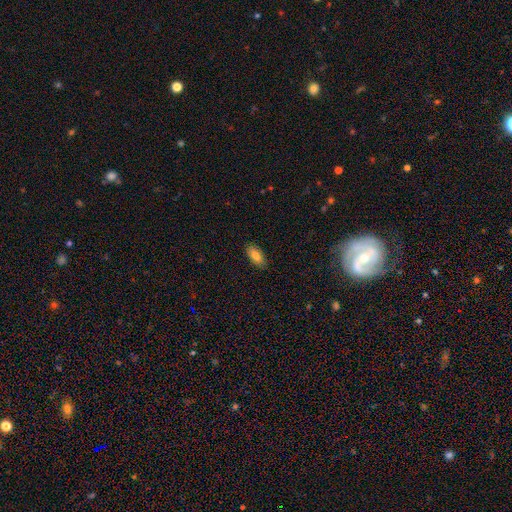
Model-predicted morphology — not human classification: The model was most divided on "smooth or featured": smooth: 82%, featured or disk: 11%, star or artifact: 7%. More confident: how rounded — in between (88%); merging — none (87%).